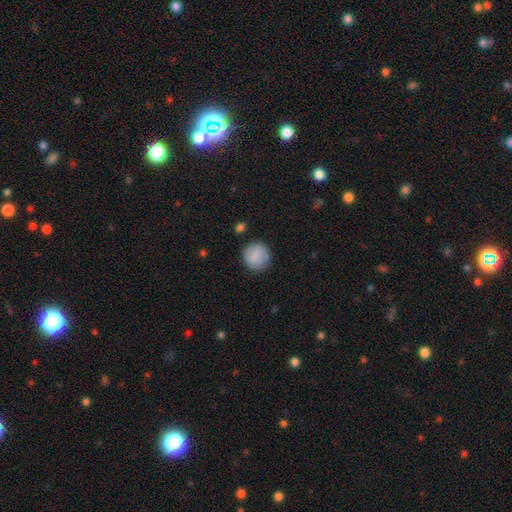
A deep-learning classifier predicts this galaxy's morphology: This appears to be a smooth galaxy with no disk features (87%) that is round (94%). Merging: none (85%).